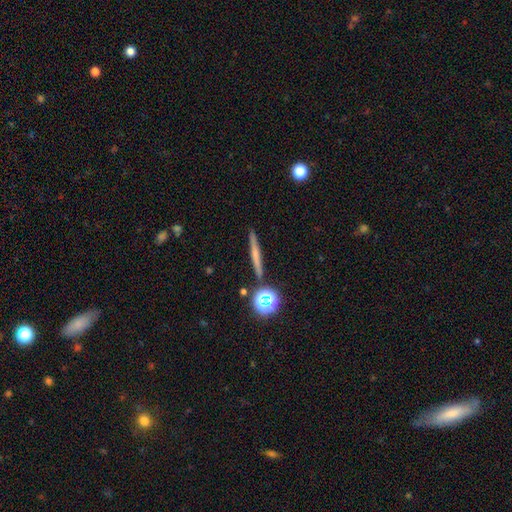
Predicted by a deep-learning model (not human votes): Overall: smooth (46%; featured or disk 40%). Merging: none (89%).